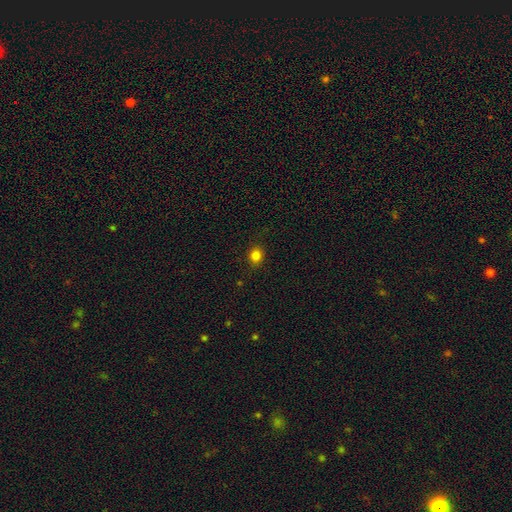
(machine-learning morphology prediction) Q: Smooth or featured?
A: smooth (82%); runner-up: star or artifact (13%)
Q: How rounded?
A: round (70%); runner-up: in between (29%)
Q: Merging?
A: none (89%); runner-up: minor disturbance (8%)